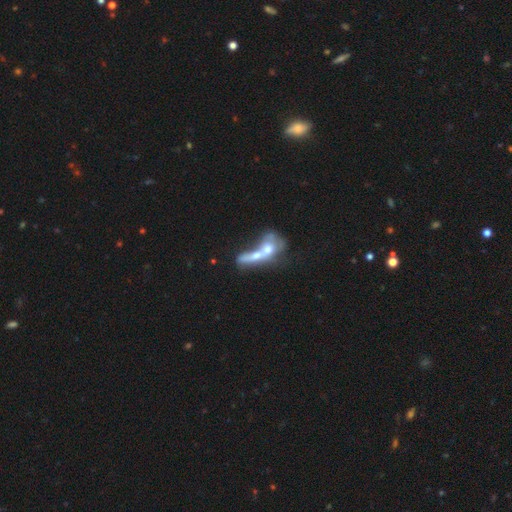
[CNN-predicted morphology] Smooth or featured? smooth (47%)
Merging? merger (71%)